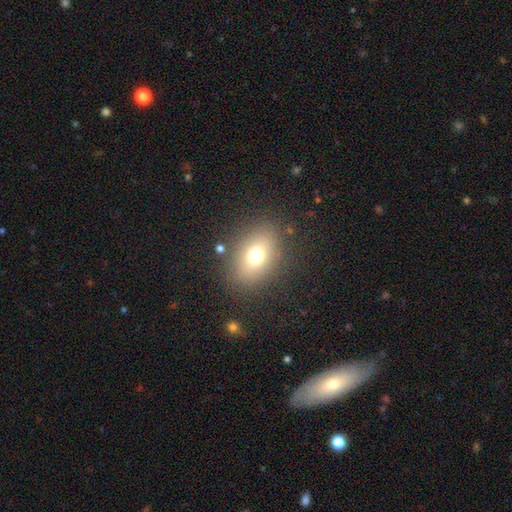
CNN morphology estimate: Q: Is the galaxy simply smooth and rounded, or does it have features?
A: smooth — 71%.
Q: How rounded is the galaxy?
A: in between — 67%.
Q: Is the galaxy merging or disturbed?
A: none — 83%.